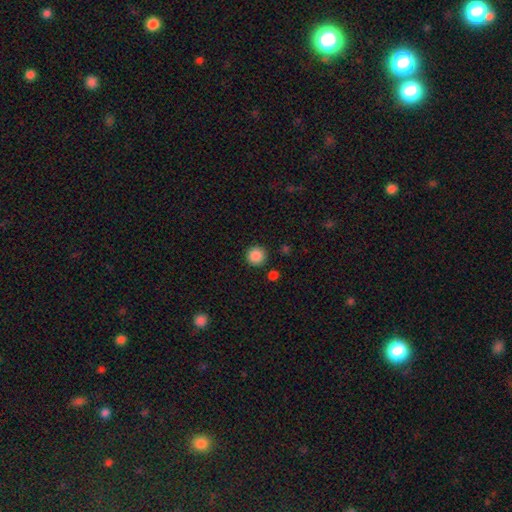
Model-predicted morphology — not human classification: A smooth galaxy with no disk features (88%) that is round (95%).

Vote fractions:
- Smooth or featured? smooth: 88% / star or artifact: 9% / featured or disk: 3%
- How rounded? round: 95% / in between: 4% / cigar-shaped: 1%
- Merging? none: 89% / minor disturbance: 6% / merger: 3% / major disturbance: 2%